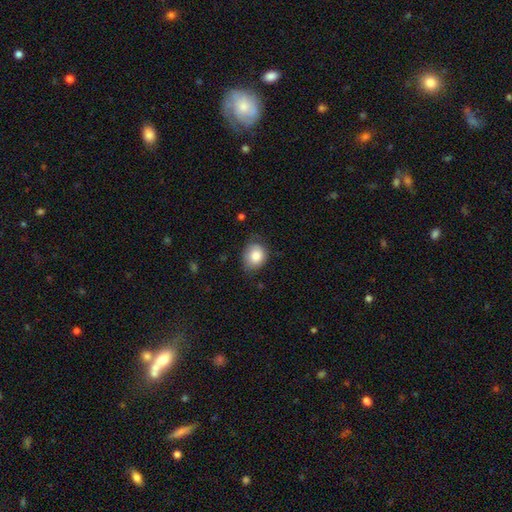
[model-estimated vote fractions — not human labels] This is clearly a smooth galaxy (82%). How rounded: possibly round (57%). Merging: likely none (64%).